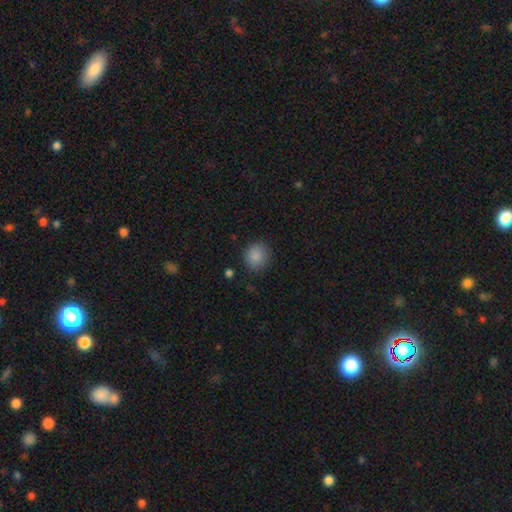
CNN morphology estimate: A smooth galaxy with no disk features (88%) that is round (84%). Merging: none (86%).